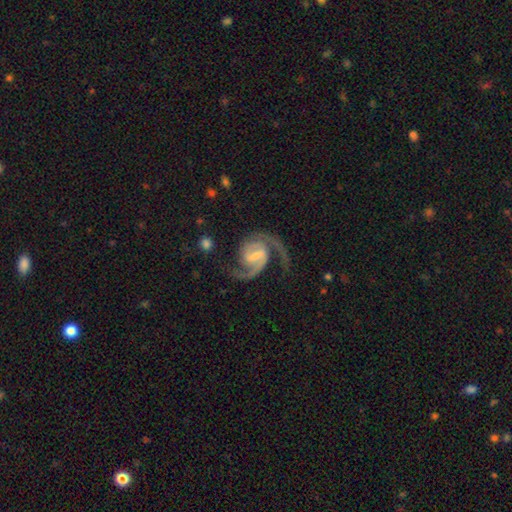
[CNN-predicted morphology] This appears to be a featured or disk galaxy (93%) with a weak bar (51%), 2 (92%) medium (60%) spiral arms (98%) and a small central bulge (46%). Merging: none (70%).